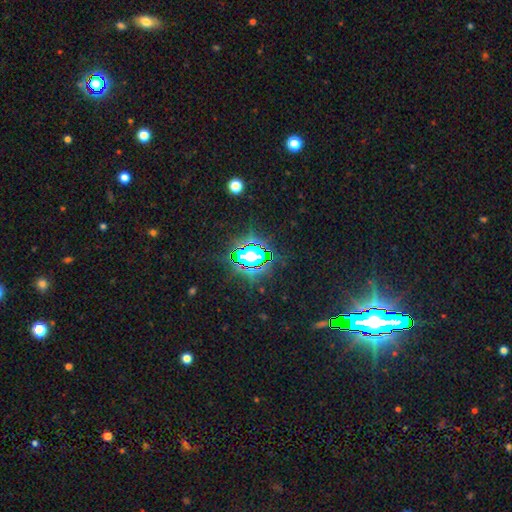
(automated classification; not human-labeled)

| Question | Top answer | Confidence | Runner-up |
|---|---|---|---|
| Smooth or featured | star or artifact | 72% | smooth (17%) |